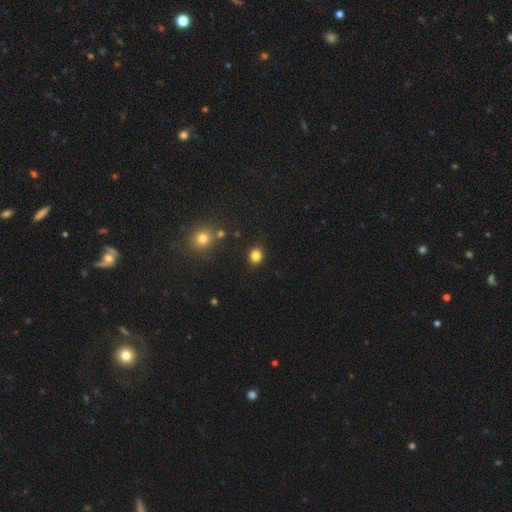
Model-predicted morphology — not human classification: Smooth or featured? smooth (83%)
How rounded? round (78%)
Merging? none (87%)